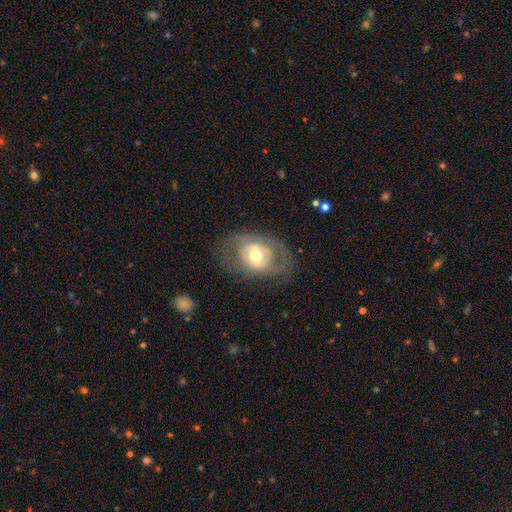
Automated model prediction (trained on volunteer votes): A featured or disk galaxy (60%) with no bar (51%), no spiral arms (62%) and a moderate central bulge (70%). Merging: none (68%).